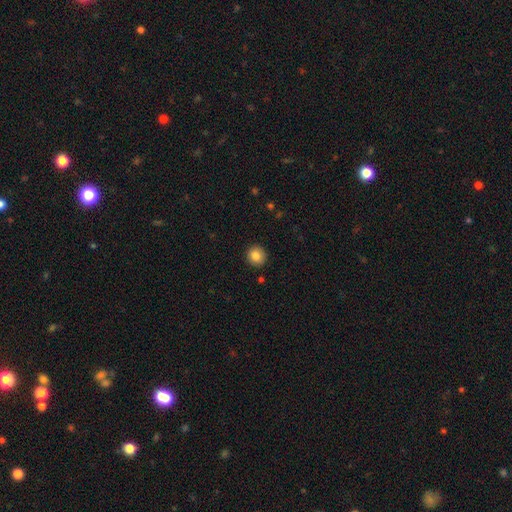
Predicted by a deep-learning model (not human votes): Q: Smooth or featured?
A: smooth (84%); runner-up: star or artifact (9%)
Q: How rounded?
A: round (90%); runner-up: in between (9%)
Q: Merging?
A: none (92%); runner-up: minor disturbance (6%)